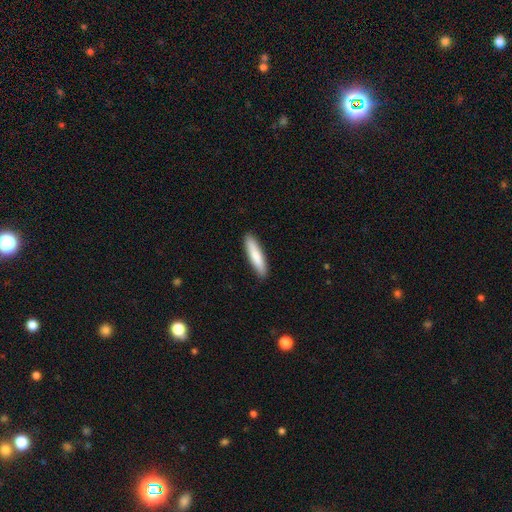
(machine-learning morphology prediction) smooth-or-featured: smooth: 81% | featured or disk: 14% | star or artifact: 5%
  how-rounded: cigar-shaped: 82% | in between: 17% | round: 1%
  merging: none: 90% | minor disturbance: 8% | major disturbance: 1% | merger: 1%